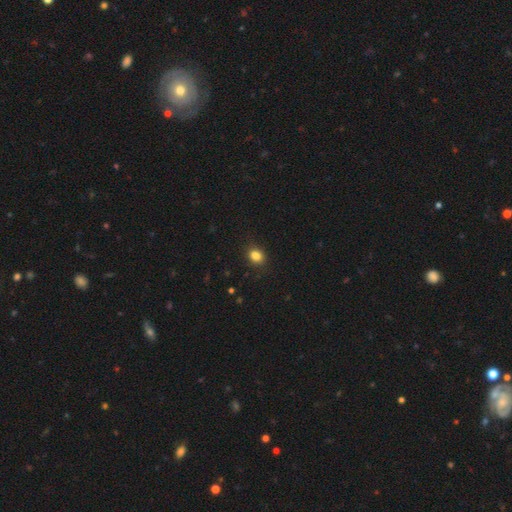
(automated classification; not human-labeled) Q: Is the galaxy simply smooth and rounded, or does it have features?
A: smooth — 84%.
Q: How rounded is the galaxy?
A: round — 50%.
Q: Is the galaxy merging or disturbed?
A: none — 84%.